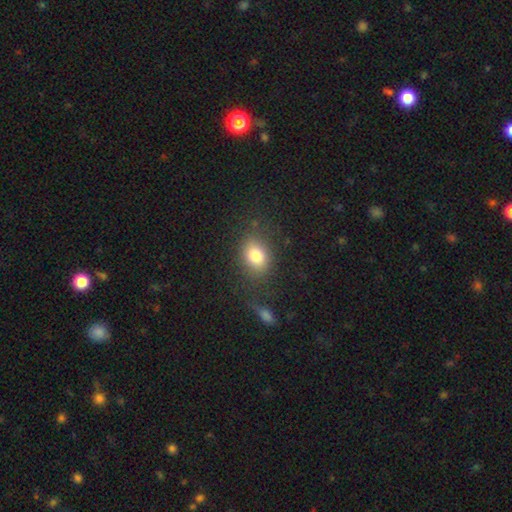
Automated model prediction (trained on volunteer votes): smooth-or-featured: smooth: 80% | star or artifact: 10% | featured or disk: 9%
  how-rounded: in between: 63% | round: 36% | cigar-shaped: 1%
  merging: none: 76% | minor disturbance: 14% | major disturbance: 6% | merger: 4%